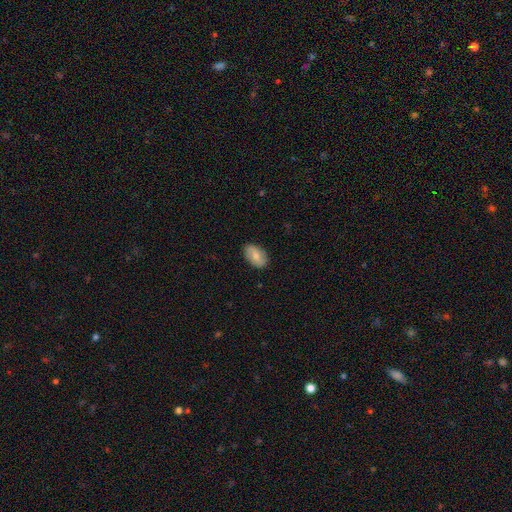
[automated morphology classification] smooth_or_featured: smooth (p=0.68) [alt: featured or disk p=0.25]
how_rounded: in between (p=0.92) [alt: round p=0.07]
merging: none (p=0.86) [alt: minor disturbance p=0.10]